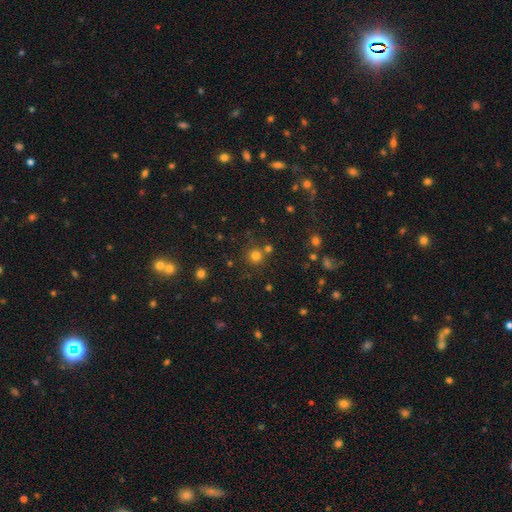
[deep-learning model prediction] Smooth or featured: smooth — 76% (star or artifact — 18%)
How rounded: round — 94% (in between — 5%)
Merging: none — 76% (merger — 13%)